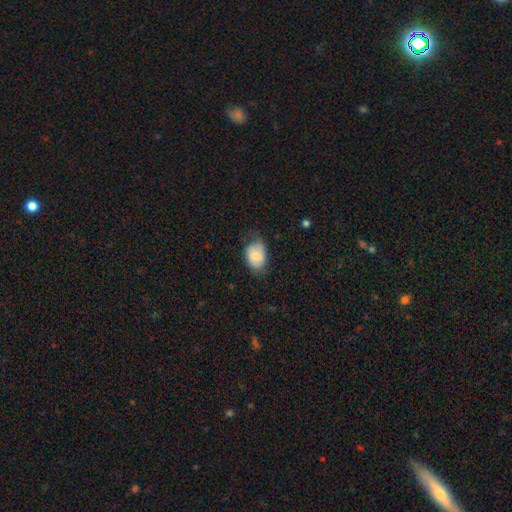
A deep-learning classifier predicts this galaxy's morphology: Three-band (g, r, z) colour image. It shows a smooth galaxy with no disk features (79%) that is in between round and cigar-shaped (81%). Merging: none (55%).